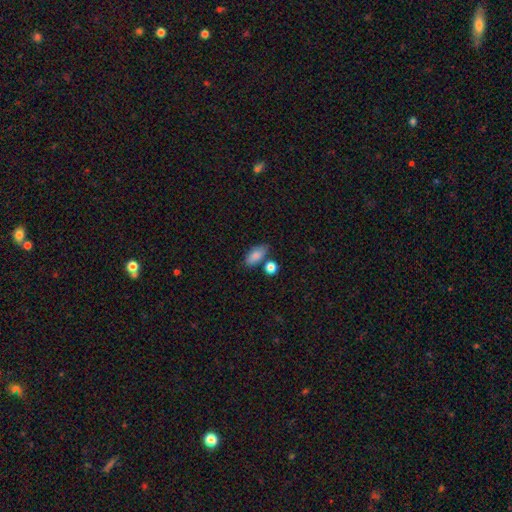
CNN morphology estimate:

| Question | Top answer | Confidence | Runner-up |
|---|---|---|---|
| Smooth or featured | smooth | 85% | star or artifact (8%) |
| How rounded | in between | 85% | cigar-shaped (9%) |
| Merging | none | 69% | minor disturbance (16%) |